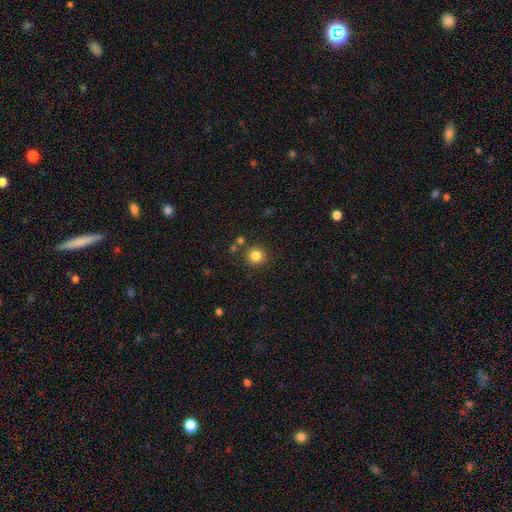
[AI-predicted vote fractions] This appears to be a smooth galaxy with no disk features (84%) that is round (93%). Merging: none (86%).